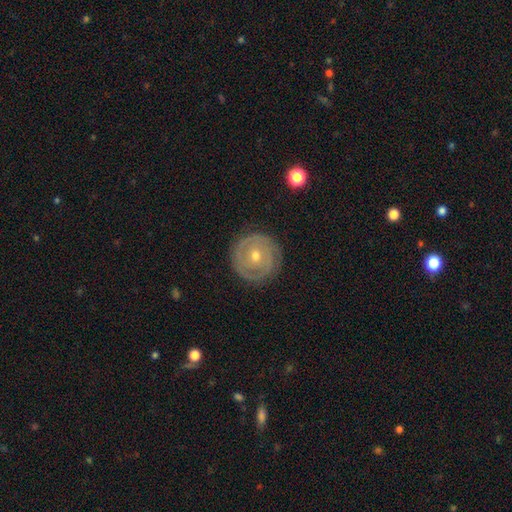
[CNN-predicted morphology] Smooth or featured? featured or disk (74%)
Edge-on disk? no (97%)
Bar? no (75%)
Spiral arms? yes (76%)
Spiral winding? tight (78%)
Spiral arm count? 2 (44%)
Bulge size? moderate (52%)
Merging? none (85%)